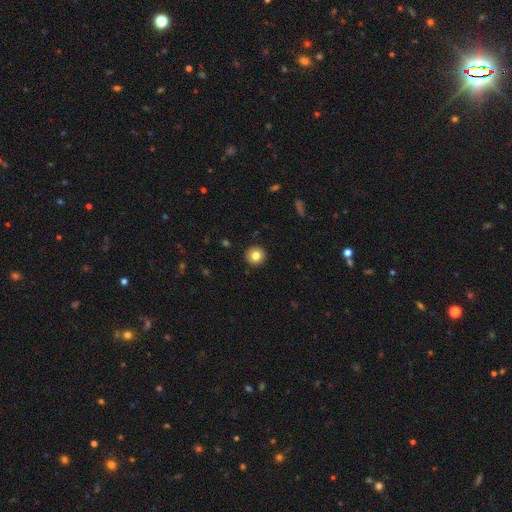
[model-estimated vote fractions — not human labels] Smooth or featured: smooth — 82% (star or artifact — 10%)
How rounded: round — 96% (in between — 3%)
Merging: none — 93% (minor disturbance — 5%)